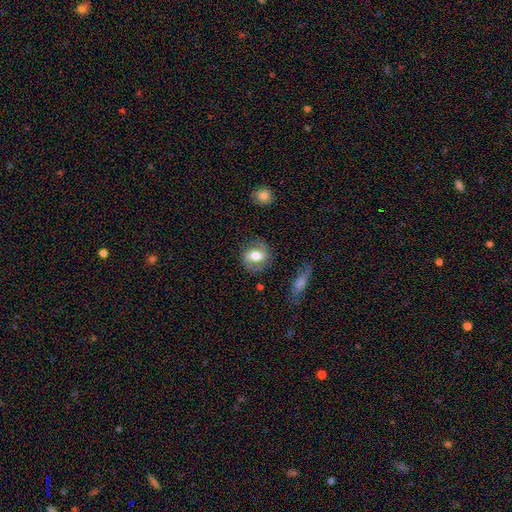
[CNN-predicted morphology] Q: Smooth or featured?
A: featured or disk (50%); runner-up: smooth (43%)
Q: Merging?
A: none (75%); runner-up: minor disturbance (16%)